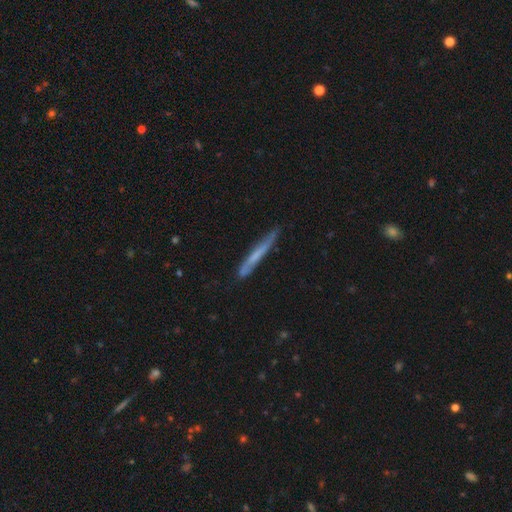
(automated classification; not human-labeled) Smooth or featured? smooth (49%)
Merging? none (77%)